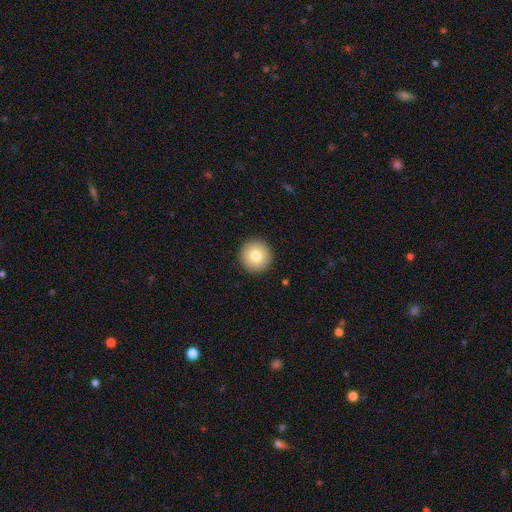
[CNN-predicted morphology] Smooth or featured? smooth (79%)
How rounded? round (96%)
Merging? none (93%)